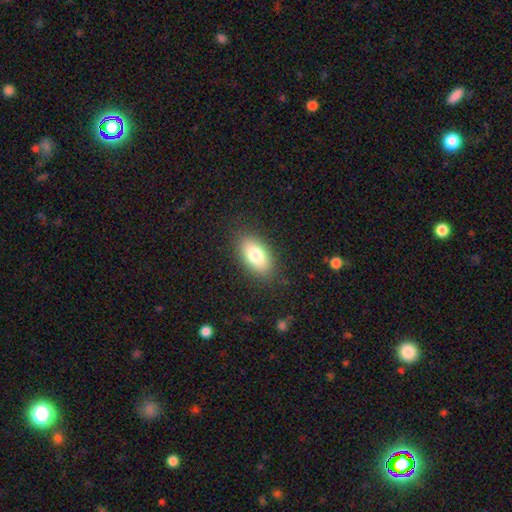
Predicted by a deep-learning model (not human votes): Smooth or featured? smooth (79%)
How rounded? in between (91%)
Merging? none (85%)